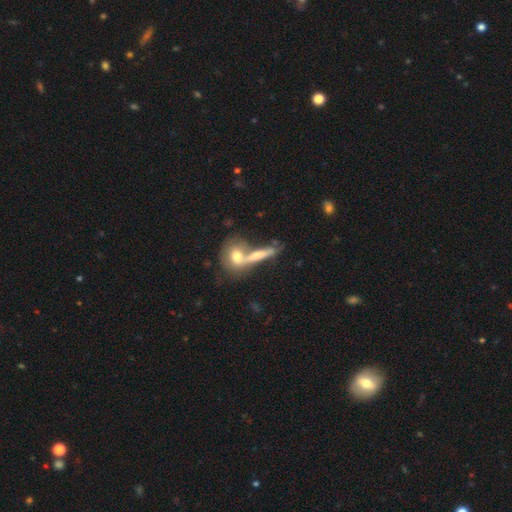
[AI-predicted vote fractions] A smooth galaxy with no disk features (50%) that is cigar-shaped (42%).

Vote fractions:
- Smooth or featured? smooth: 50% / featured or disk: 39% / star or artifact: 11%
- How rounded? cigar-shaped: 42% / in between: 35% / round: 23%
- Merging? merger: 47% / none: 37% / minor disturbance: 10% / major disturbance: 6%